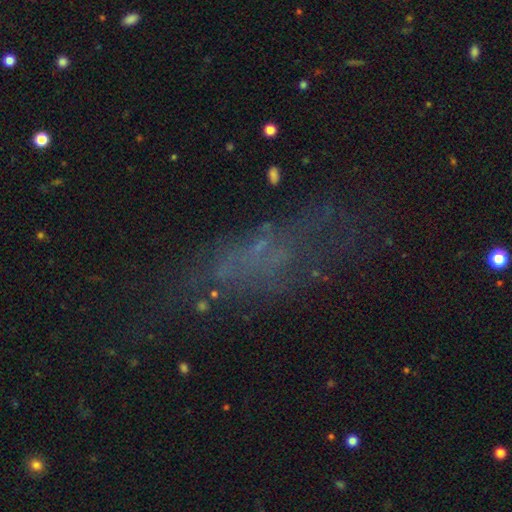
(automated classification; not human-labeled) smooth-or-featured: featured or disk: 38% | smooth: 37% | star or artifact: 25%
  merging: none: 50% | major disturbance: 25% | minor disturbance: 20% | merger: 5%